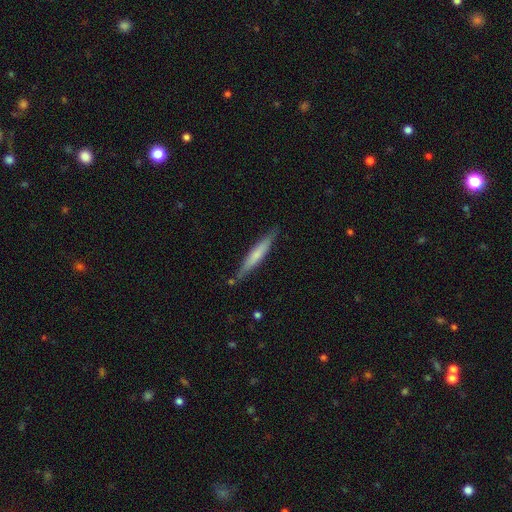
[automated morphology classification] smooth-or-featured: smooth: 53% | featured or disk: 41% | star or artifact: 6%
  how-rounded: cigar-shaped: 94% | in between: 5% | round: 1%
  merging: none: 85% | minor disturbance: 11% | merger: 2% | major disturbance: 2%